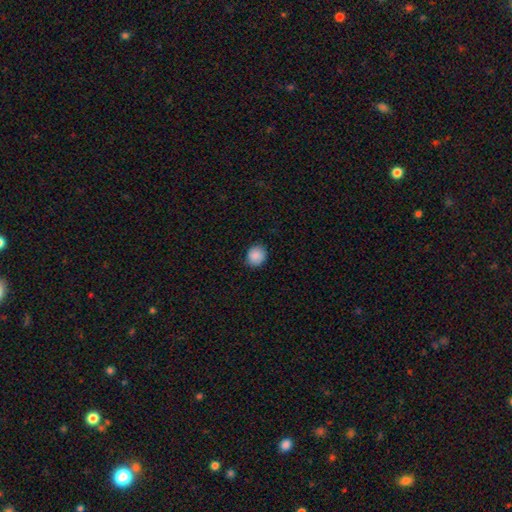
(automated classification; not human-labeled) A smooth galaxy with no disk features (88%) that is round (80%). Merging: none (87%).